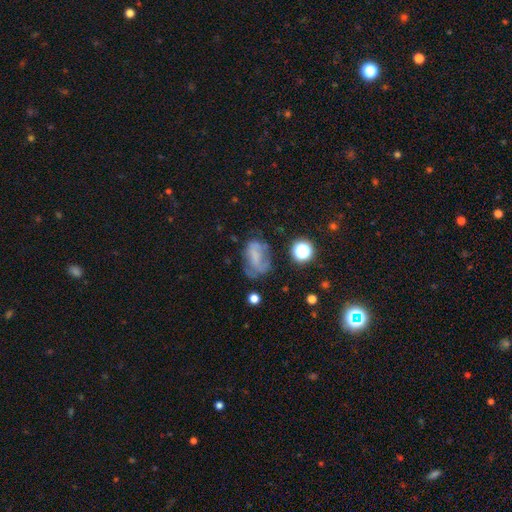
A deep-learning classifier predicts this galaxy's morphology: type=smooth (44%); merging=none (39%).